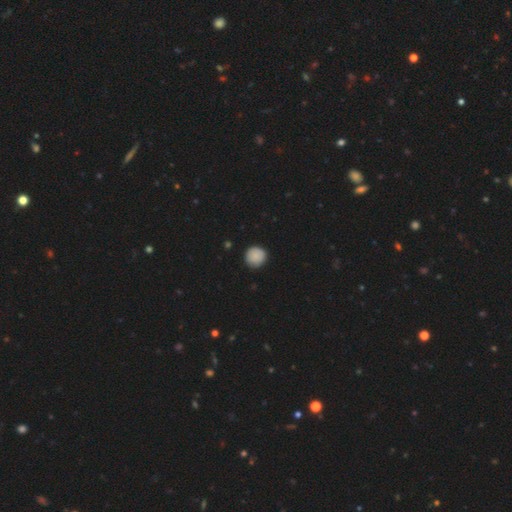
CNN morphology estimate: smooth 87%, star or artifact 8%, featured or disk 6%. Down the decision tree: how rounded — round (93%); merging — none (87%).